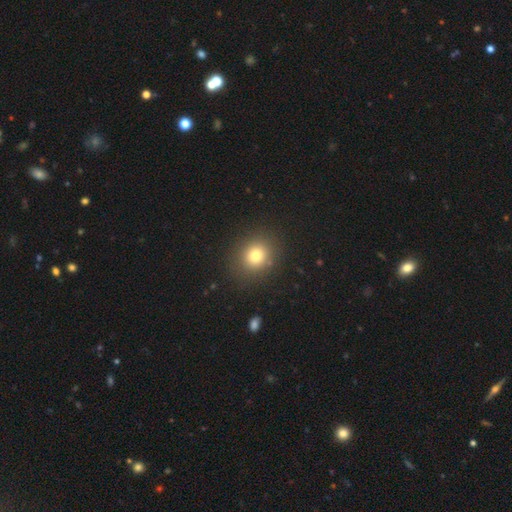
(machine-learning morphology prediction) This is likely a smooth galaxy (77%). How rounded: likely round (78%). Merging: clearly none (88%).